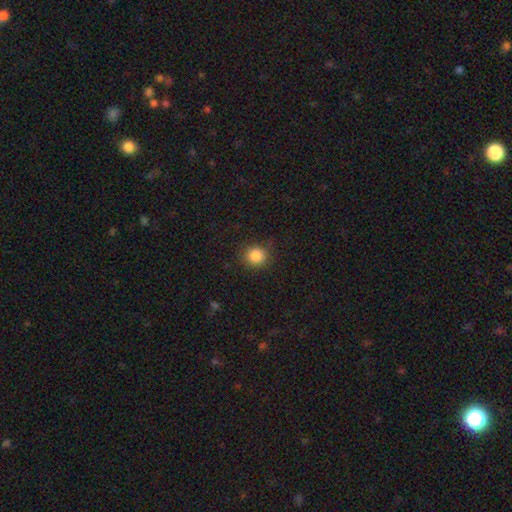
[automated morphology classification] Smooth or featured? smooth (86%)
How rounded? round (89%)
Merging? none (87%)